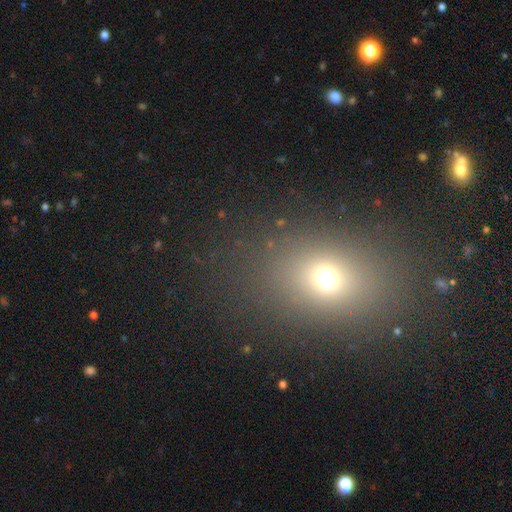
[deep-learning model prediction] Morphology: type=smooth (61%); roundness=in between (56%); merging=none (86%).